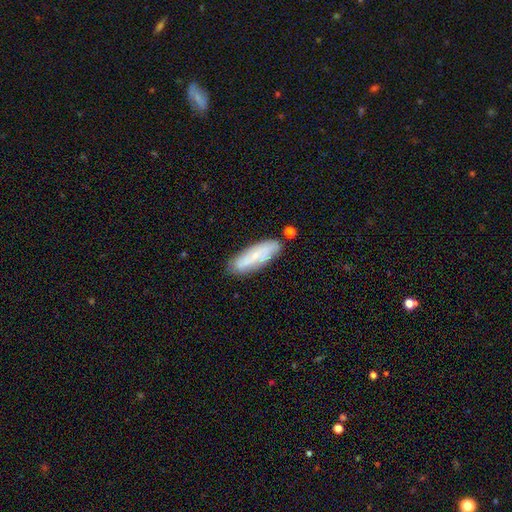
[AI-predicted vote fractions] Overall: smooth (53%; featured or disk 40%). How rounded: cigar-shaped (53%; in between 45%). Merging: none (74%).